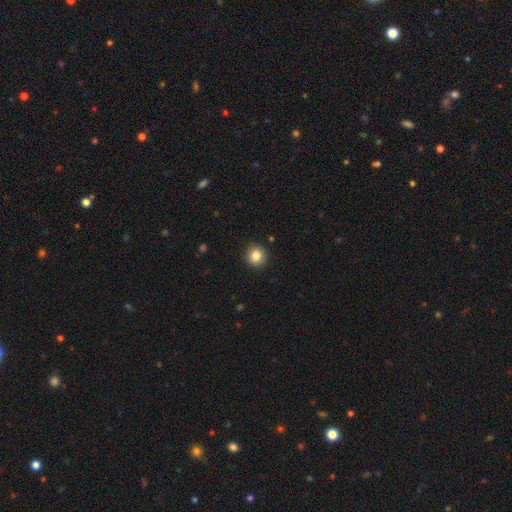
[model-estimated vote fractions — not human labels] smooth_or_featured: smooth (p=0.84) [alt: star or artifact p=0.10]
how_rounded: round (p=0.93) [alt: in between p=0.06]
merging: none (p=0.92) [alt: minor disturbance p=0.06]